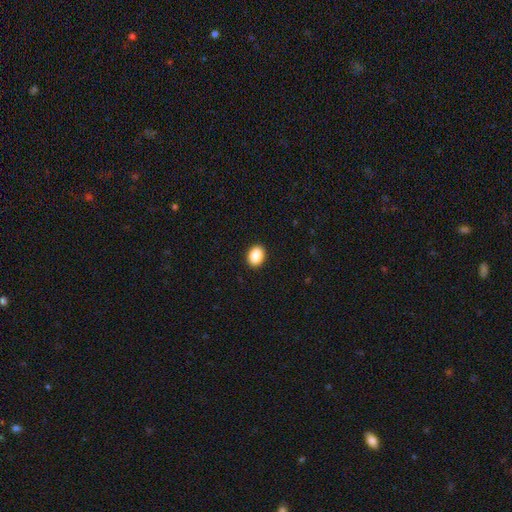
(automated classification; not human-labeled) Smooth or featured? smooth (89%)
How rounded? in between (67%)
Merging? none (92%)